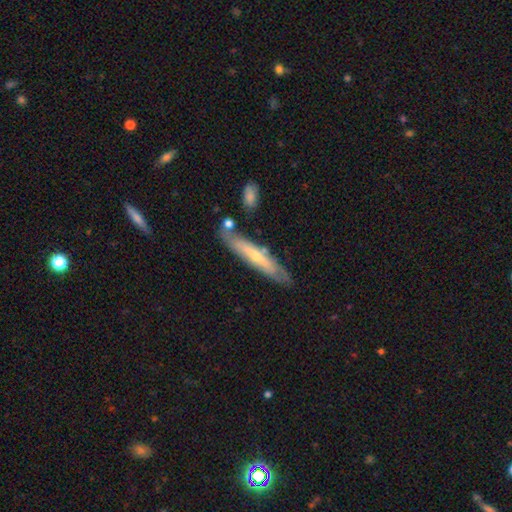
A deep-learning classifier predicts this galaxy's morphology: Smooth or featured?
  - featured or disk: 57% *
  - smooth: 33%
  - star or artifact: 11%
Edge-on disk?
  - yes: 76% *
  - no: 24%
Merging?
  - none: 78% *
  - minor disturbance: 14%
  - merger: 4%
  - major disturbance: 3%